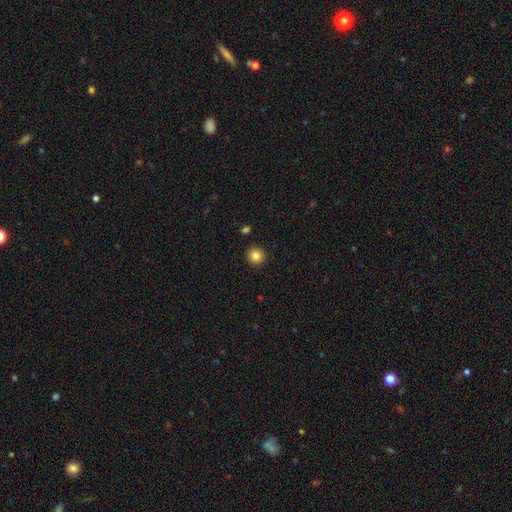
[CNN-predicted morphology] Q: Smooth or featured?
A: smooth (85%); runner-up: star or artifact (10%)
Q: How rounded?
A: round (94%); runner-up: in between (5%)
Q: Merging?
A: none (92%); runner-up: minor disturbance (5%)